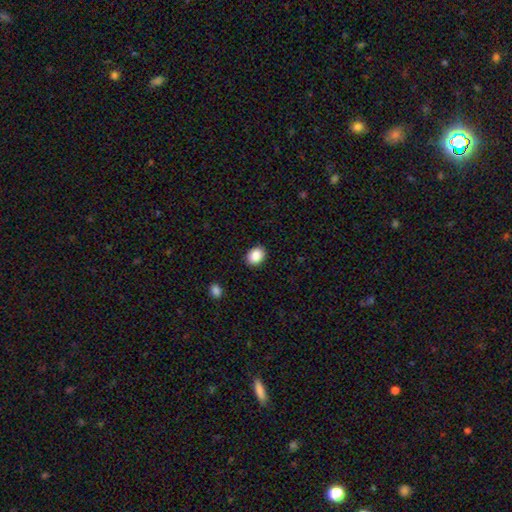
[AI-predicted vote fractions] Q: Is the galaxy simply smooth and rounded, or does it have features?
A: smooth — 88%.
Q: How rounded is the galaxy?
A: in between — 58%.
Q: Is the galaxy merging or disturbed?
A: none — 89%.